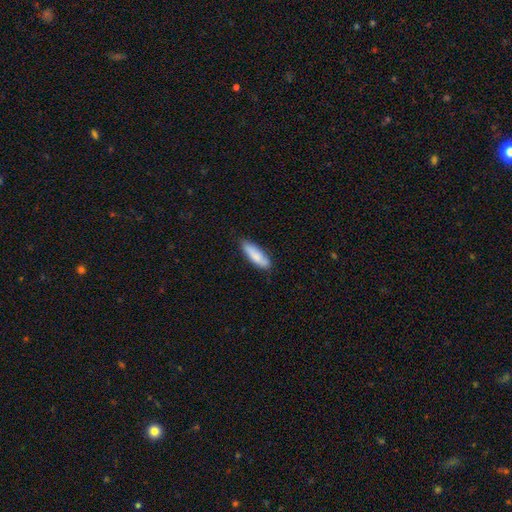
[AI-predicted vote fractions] Overall: smooth (82%). How rounded: cigar-shaped (52%; in between 47%). Merging: none (80%).